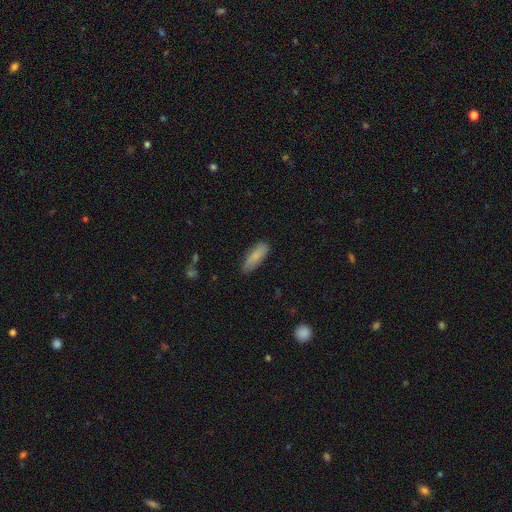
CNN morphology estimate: The model was most divided on "how rounded": in between: 53%, cigar-shaped: 45%, round: 2%. More confident: merging — none (81%); smooth or featured — smooth (80%).